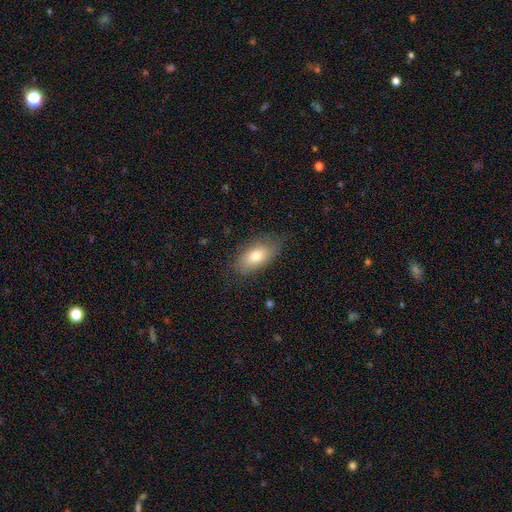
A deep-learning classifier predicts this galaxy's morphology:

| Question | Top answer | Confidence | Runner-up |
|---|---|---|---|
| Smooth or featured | smooth | 74% | featured or disk (18%) |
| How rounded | in between | 90% | round (5%) |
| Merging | none | 75% | minor disturbance (18%) |